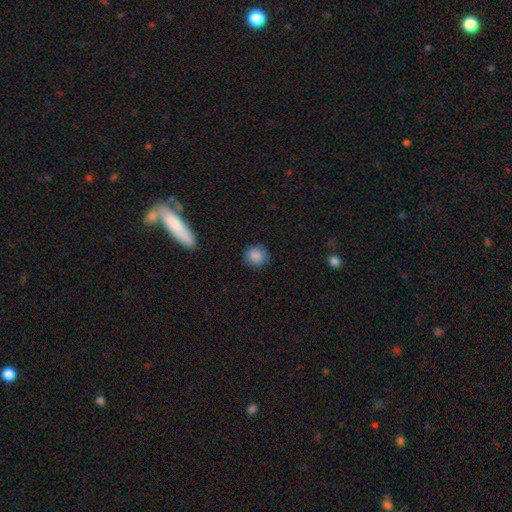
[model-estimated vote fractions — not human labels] smooth_or_featured: smooth (p=0.87) [alt: star or artifact p=0.09]
how_rounded: round (p=0.89) [alt: in between p=0.10]
merging: none (p=0.86) [alt: minor disturbance p=0.10]